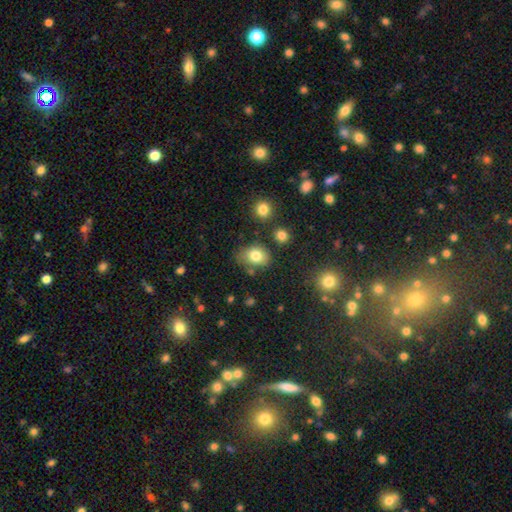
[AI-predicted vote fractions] Smooth or featured?
  - smooth: 79% *
  - featured or disk: 11%
  - star or artifact: 10%
How rounded?
  - in between: 68% *
  - round: 31%
  - cigar-shaped: 1%
Merging?
  - none: 67% *
  - minor disturbance: 20%
  - merger: 8%
  - major disturbance: 6%